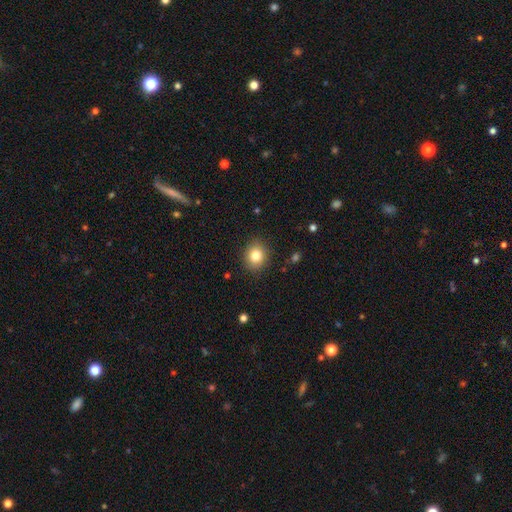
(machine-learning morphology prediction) Overall: smooth (81%). How rounded: round (72%). Merging: none (89%).